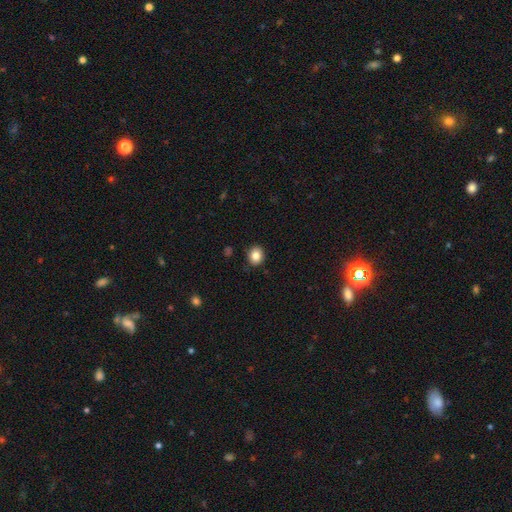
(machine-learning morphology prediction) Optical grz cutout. It shows a smooth galaxy with no disk features (83%) that is round (73%). Merging: none (88%).